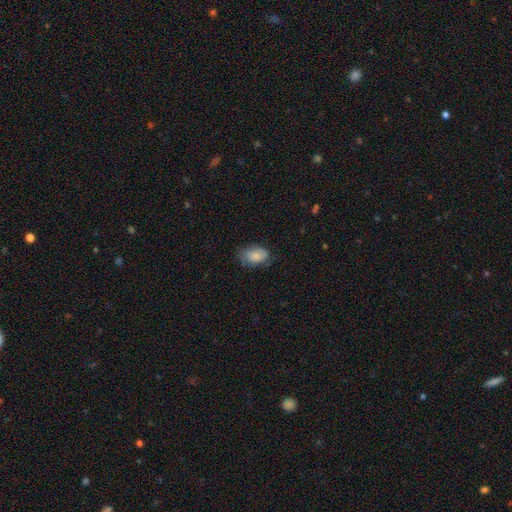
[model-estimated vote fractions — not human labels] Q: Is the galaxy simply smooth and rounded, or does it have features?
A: smooth — 78%.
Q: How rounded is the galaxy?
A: in between — 87%.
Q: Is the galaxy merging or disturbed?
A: none — 62%.